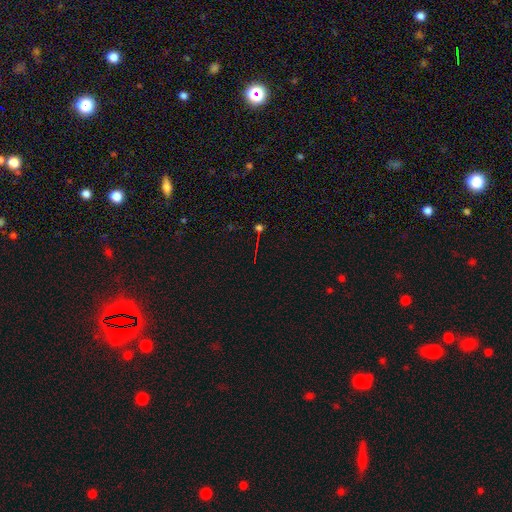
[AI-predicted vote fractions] Morphology: type=star or artifact (73%).